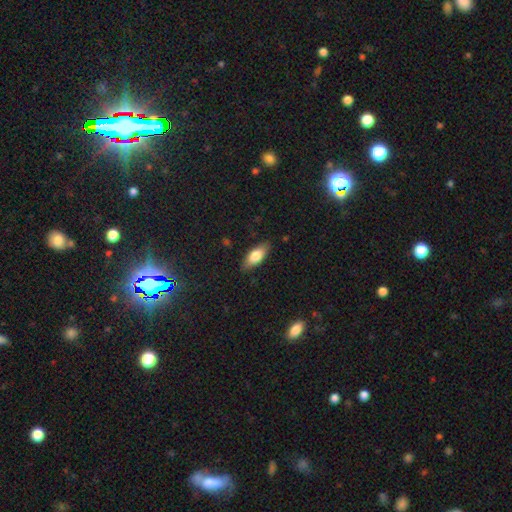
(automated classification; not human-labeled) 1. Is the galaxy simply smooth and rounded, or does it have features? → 76% smooth, 18% featured or disk, 6% star or artifact.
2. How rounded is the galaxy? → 79% in between, 18% cigar-shaped, 2% round.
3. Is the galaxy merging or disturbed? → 85% none, 11% minor disturbance, 2% major disturbance, 1% merger.